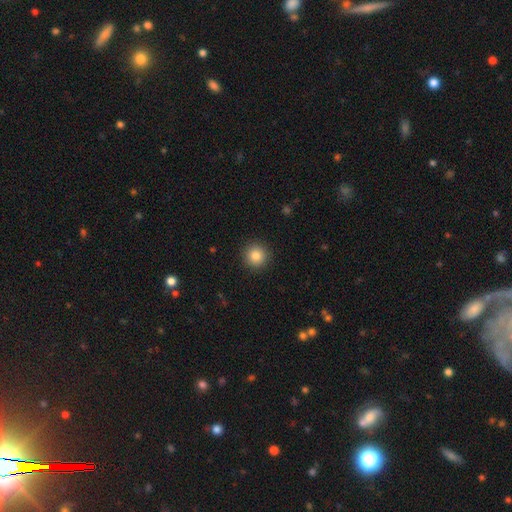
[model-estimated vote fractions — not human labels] This is clearly a smooth galaxy (85%). How rounded: clearly round (95%). Merging: clearly none (92%).